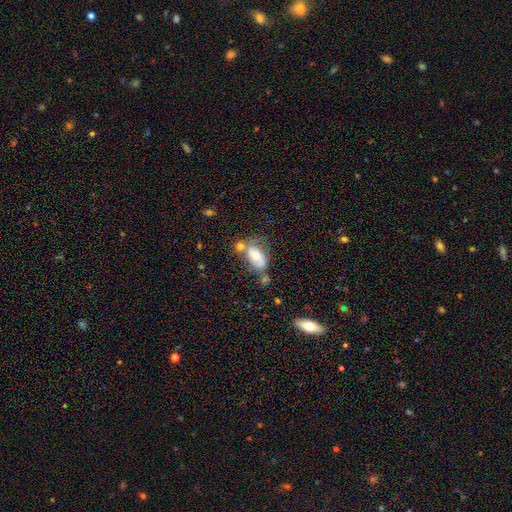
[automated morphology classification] smooth 49%, featured or disk 43%, star or artifact 8%. Down the decision tree: merging — merger (34%, tied with none).